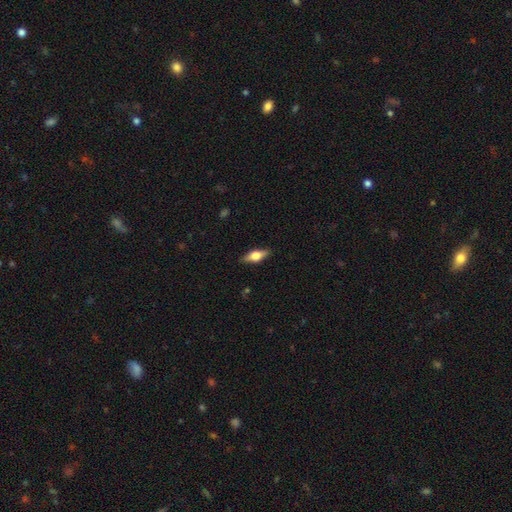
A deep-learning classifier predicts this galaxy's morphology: This appears to be a featured or disk galaxy (50%). Merging: none (87%).